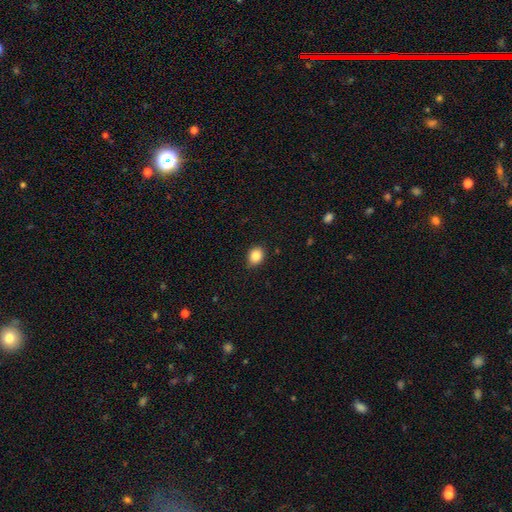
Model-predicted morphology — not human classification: A smooth galaxy with no disk features (86%) that is round (58%). Merging: none (84%).